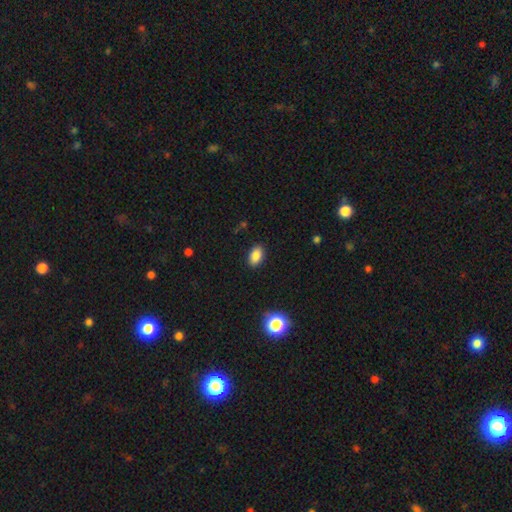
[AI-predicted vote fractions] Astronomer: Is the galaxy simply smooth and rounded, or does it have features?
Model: smooth — 86%.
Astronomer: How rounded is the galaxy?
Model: in between — 89%.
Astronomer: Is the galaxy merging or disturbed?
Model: none — 88%.